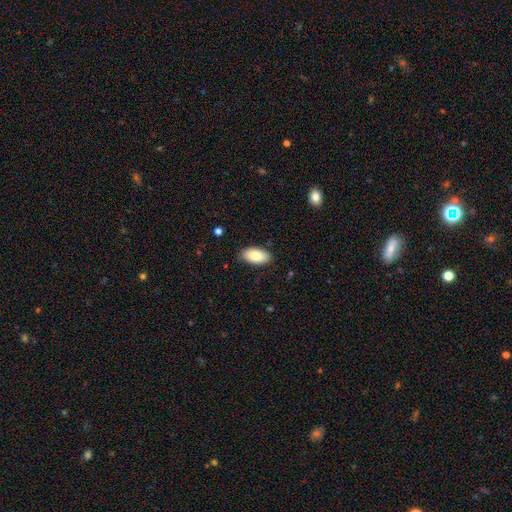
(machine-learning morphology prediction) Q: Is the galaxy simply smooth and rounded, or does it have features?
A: smooth — 80%.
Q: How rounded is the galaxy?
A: in between — 94%.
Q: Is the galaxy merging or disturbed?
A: none — 84%.